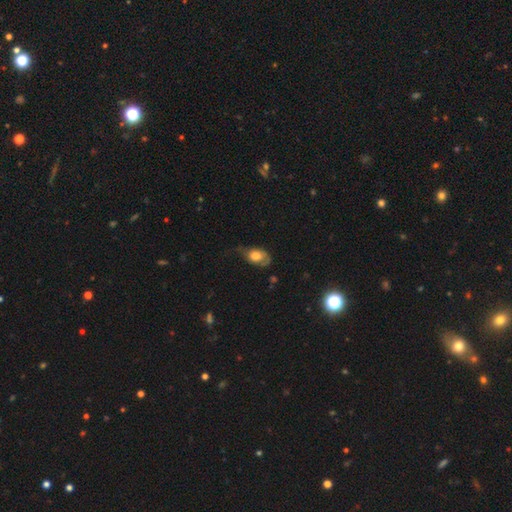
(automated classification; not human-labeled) smooth 62%, featured or disk 31%, star or artifact 8%. Down the decision tree: how rounded — in between (82%); merging — minor disturbance (35%).